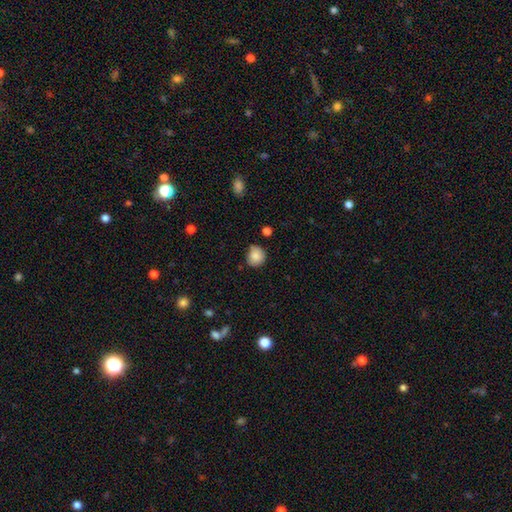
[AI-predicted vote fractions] This appears to be a smooth galaxy with no disk features (86%) that is round (84%). Merging: none (76%).